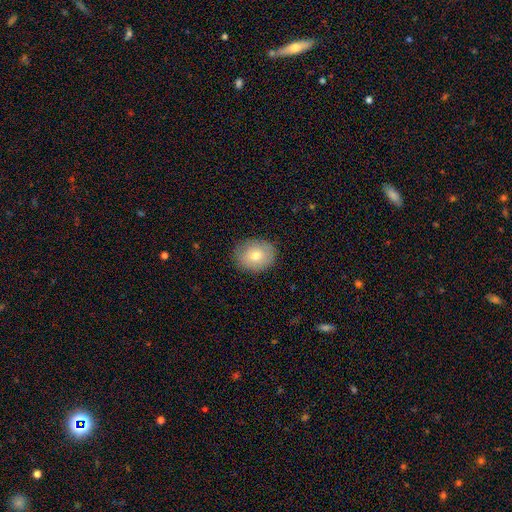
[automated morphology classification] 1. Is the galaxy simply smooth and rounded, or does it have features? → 73% smooth, 18% featured or disk, 9% star or artifact.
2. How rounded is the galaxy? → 59% round, 40% in between, 1% cigar-shaped.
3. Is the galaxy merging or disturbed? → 84% none, 12% minor disturbance, 3% major disturbance, 1% merger.